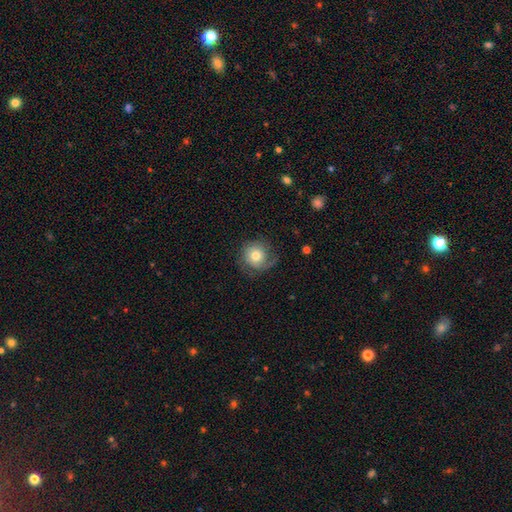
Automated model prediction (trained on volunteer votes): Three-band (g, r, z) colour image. It shows a smooth galaxy with no disk features (64%) that is round (90%). Merging: none (63%).